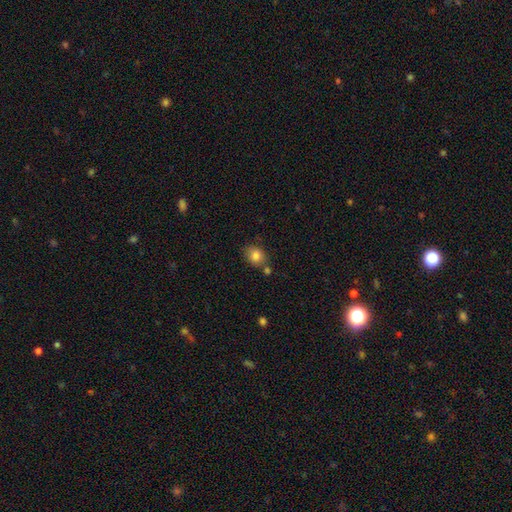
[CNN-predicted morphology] This is clearly a smooth galaxy (83%). How rounded: possibly round (58%). Merging: likely none (69%).